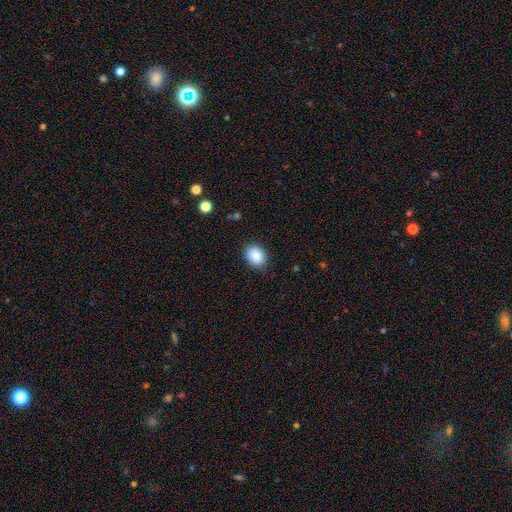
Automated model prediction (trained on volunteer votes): smooth-or-featured: smooth: 87% | star or artifact: 8% | featured or disk: 5%
  how-rounded: in between: 60% | round: 39% | cigar-shaped: 1%
  merging: none: 86% | minor disturbance: 11% | major disturbance: 2% | merger: 1%